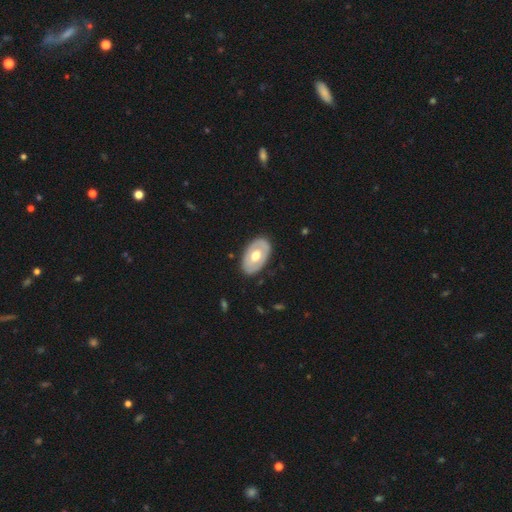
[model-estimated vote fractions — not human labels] smooth_or_featured: featured or disk (p=0.49) [alt: smooth p=0.46]
merging: none (p=0.83) [alt: minor disturbance p=0.13]